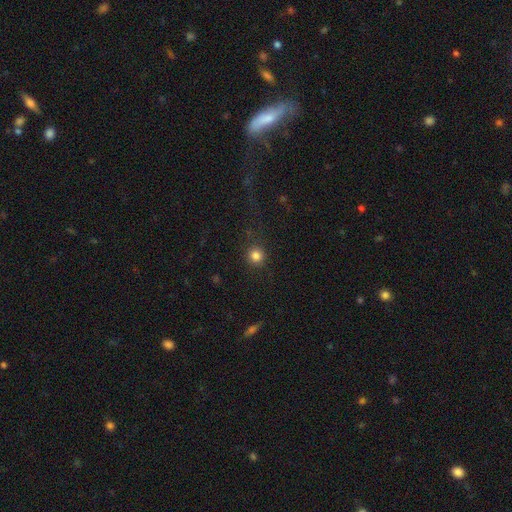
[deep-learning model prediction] smooth_or_featured: smooth (p=0.83) [alt: star or artifact p=0.12]
how_rounded: round (p=0.94) [alt: in between p=0.05]
merging: none (p=0.90) [alt: minor disturbance p=0.06]